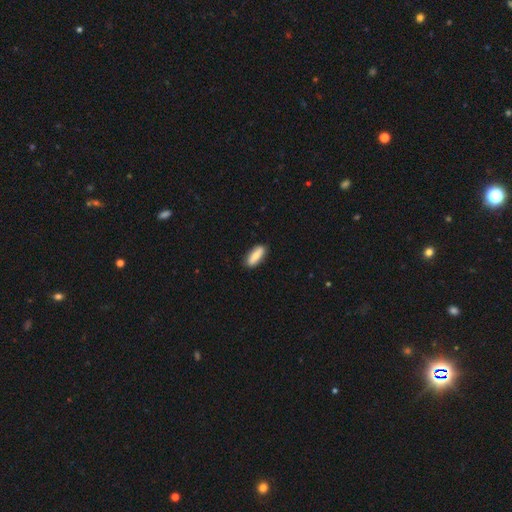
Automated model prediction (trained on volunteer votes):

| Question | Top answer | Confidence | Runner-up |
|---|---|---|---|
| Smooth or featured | smooth | 78% | featured or disk (16%) |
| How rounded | in between | 65% | cigar-shaped (33%) |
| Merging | none | 88% | minor disturbance (9%) |